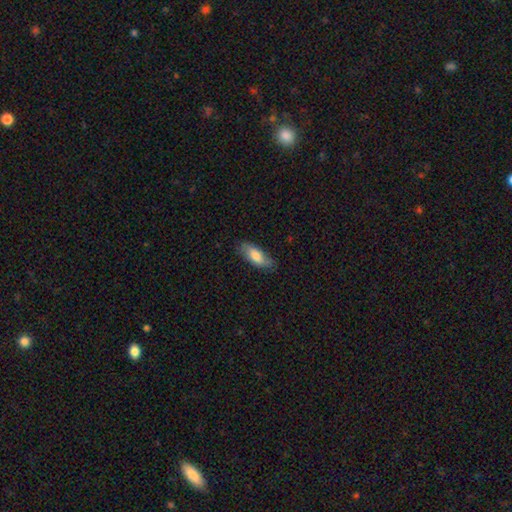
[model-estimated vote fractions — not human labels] Smooth or featured: smooth — 77% (featured or disk — 17%)
How rounded: in between — 78% (cigar-shaped — 20%)
Merging: none — 77% (minor disturbance — 18%)